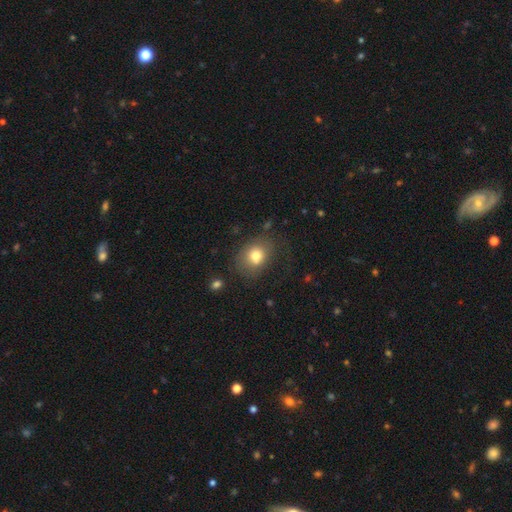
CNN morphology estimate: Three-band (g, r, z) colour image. It shows a smooth galaxy with no disk features (76%) that is round (51%). Merging: none (66%).